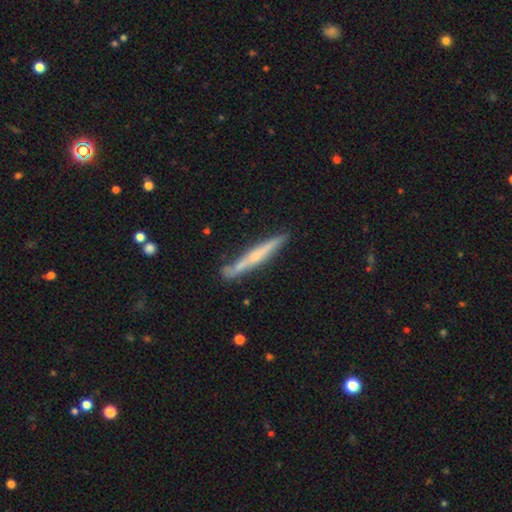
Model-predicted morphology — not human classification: Smooth or featured? Predicted: featured or disk (p=0.54). Edge-on disk? Predicted: yes (p=0.95). Edge-on bulge? Predicted: none (p=0.55). Merging? Predicted: none (p=0.81).